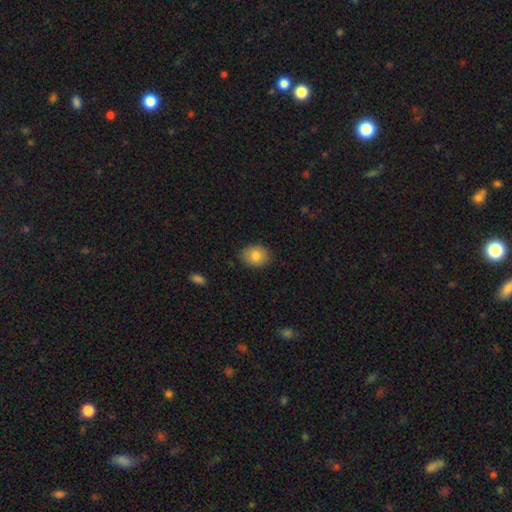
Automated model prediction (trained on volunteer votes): smooth-or-featured: smooth: 82% | featured or disk: 10% | star or artifact: 8%
  how-rounded: in between: 53% | round: 46% | cigar-shaped: 1%
  merging: none: 86% | minor disturbance: 11% | major disturbance: 2% | merger: 1%